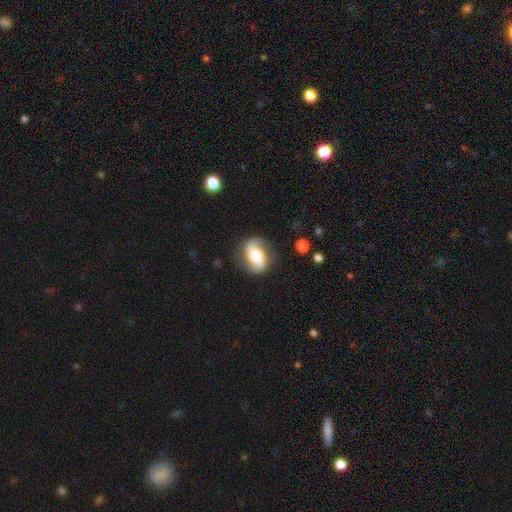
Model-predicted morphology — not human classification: A featured or disk galaxy (65%) with no bar (40%), 2 (89%) loose (56%) spiral arms (87%) and a moderate central bulge (53%).

Vote fractions:
- Smooth or featured? featured or disk: 65% / smooth: 29% / star or artifact: 7%
- Edge-on disk? no: 95% / yes: 5%
- Bar? no: 40% / weak: 33% / strong: 27%
- Spiral arms? yes: 87% / no: 13%
- Spiral winding? loose: 56% / medium: 32% / tight: 12%
- Spiral arm count? 2: 89% / 1: 4% / can't tell: 4% / 3: 1% / 4: 1% / more than 4: 1%
- Bulge size? moderate: 53% / large: 27% / small: 12% / dominant: 5% / none: 2%
- Merging? none: 78% / minor disturbance: 15% / major disturbance: 6% / merger: 2%